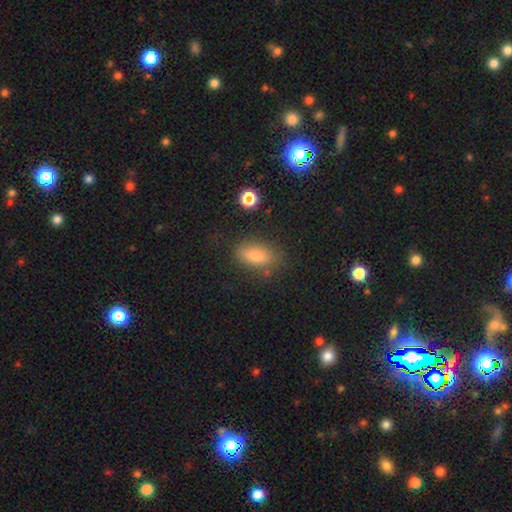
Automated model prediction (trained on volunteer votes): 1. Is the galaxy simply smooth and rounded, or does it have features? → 79% smooth, 11% star or artifact, 10% featured or disk.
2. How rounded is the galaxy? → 84% in between, 10% cigar-shaped, 6% round.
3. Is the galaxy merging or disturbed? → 78% none, 15% minor disturbance, 5% major disturbance, 3% merger.